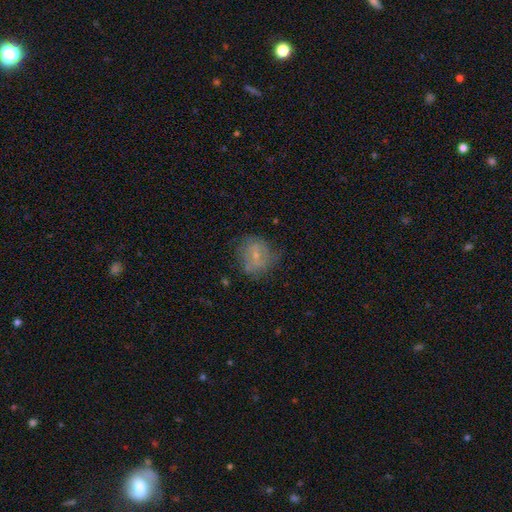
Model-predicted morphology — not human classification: A smooth galaxy with no disk features (46%).

Vote fractions:
- Smooth or featured? smooth: 46% / featured or disk: 44% / star or artifact: 10%
- Merging? none: 64% / minor disturbance: 23% / major disturbance: 11% / merger: 2%